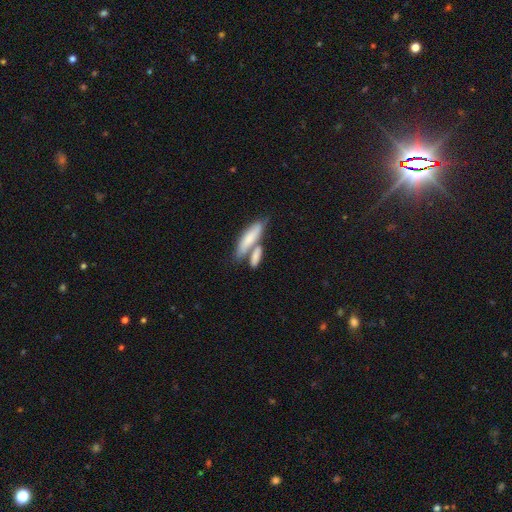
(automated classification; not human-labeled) Smooth or featured: smooth — 72% (featured or disk — 22%)
How rounded: cigar-shaped — 53% (in between — 43%)
Merging: merger — 45% (none — 39%)